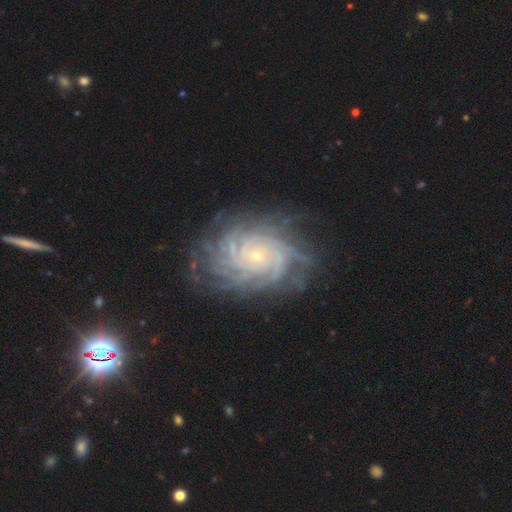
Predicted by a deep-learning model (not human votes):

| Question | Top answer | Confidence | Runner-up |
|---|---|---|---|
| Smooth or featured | featured or disk | 89% | star or artifact (6%) |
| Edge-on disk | no | 97% | yes (3%) |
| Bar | no | 78% | weak (17%) |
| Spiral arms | yes | 98% | no (2%) |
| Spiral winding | tight | 78% | medium (18%) |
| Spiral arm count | more than 4 | 36% | can't tell (19%) |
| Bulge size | small | 85% | moderate (11%) |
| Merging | none | 78% | minor disturbance (14%) |